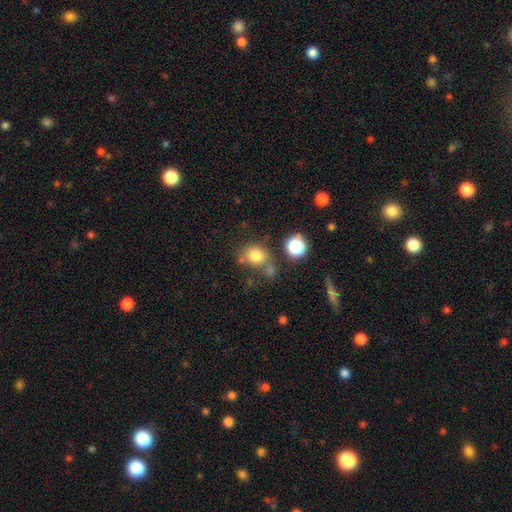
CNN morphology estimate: A smooth galaxy with no disk features (77%) that is round (66%). Merging: none (56%).